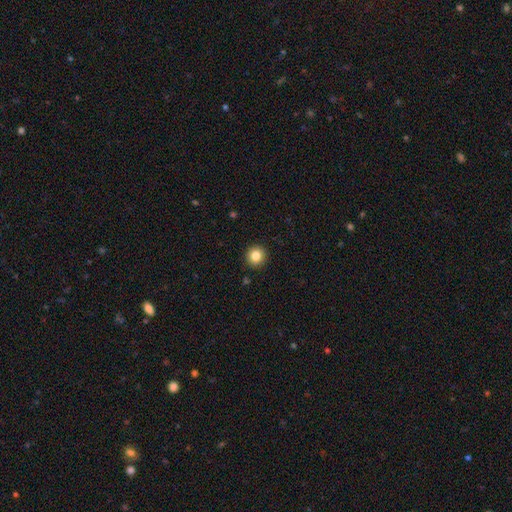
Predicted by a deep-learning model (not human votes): Smooth or featured: smooth — 83% (star or artifact — 10%)
How rounded: round — 93% (in between — 6%)
Merging: none — 93% (minor disturbance — 5%)